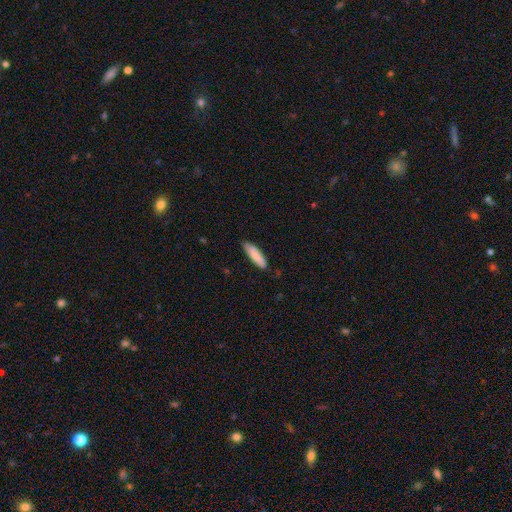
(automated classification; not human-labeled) Smooth or featured? smooth (84%)
How rounded? cigar-shaped (65%)
Merging? none (81%)